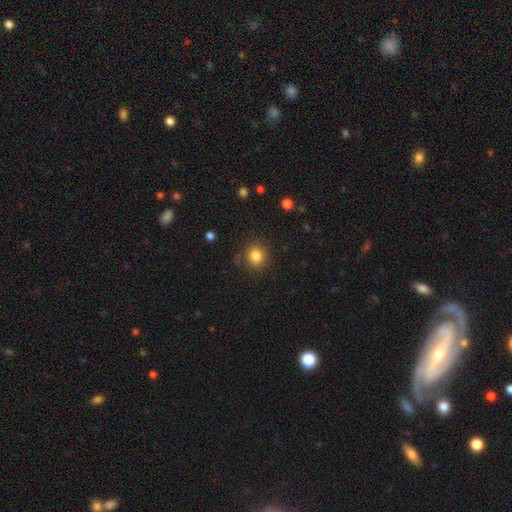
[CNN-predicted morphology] Smooth or featured?
  - smooth: 83% *
  - star or artifact: 11%
  - featured or disk: 5%
How rounded?
  - round: 81% *
  - in between: 18%
  - cigar-shaped: 1%
Merging?
  - none: 85% *
  - minor disturbance: 9%
  - major disturbance: 3%
  - merger: 2%